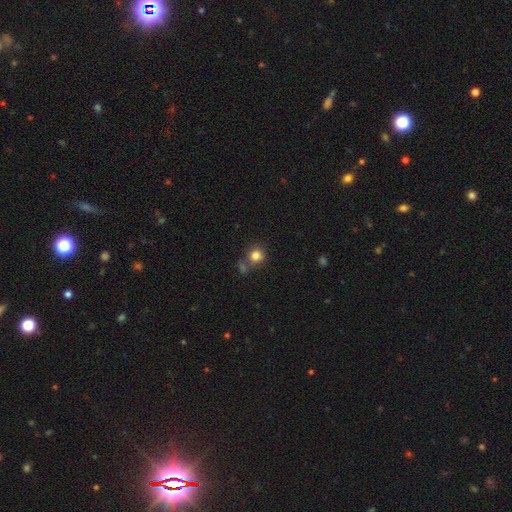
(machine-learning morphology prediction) smooth_or_featured: smooth (p=0.82) [alt: star or artifact p=0.12]
how_rounded: round (p=0.87) [alt: in between p=0.12]
merging: none (p=0.66) [alt: merger p=0.17]